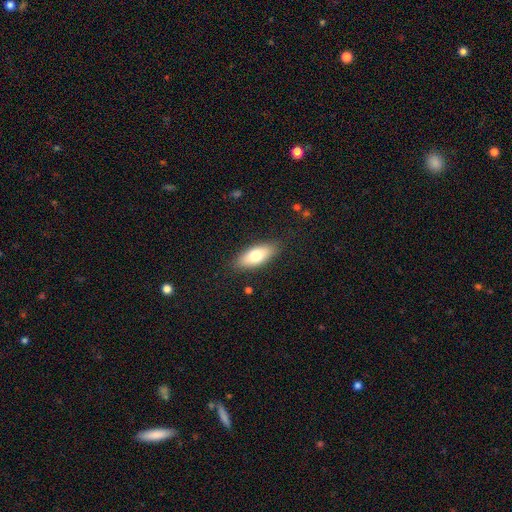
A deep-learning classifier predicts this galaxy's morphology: This is likely a smooth galaxy (73%). How rounded: likely in between (79%). Merging: clearly none (86%).